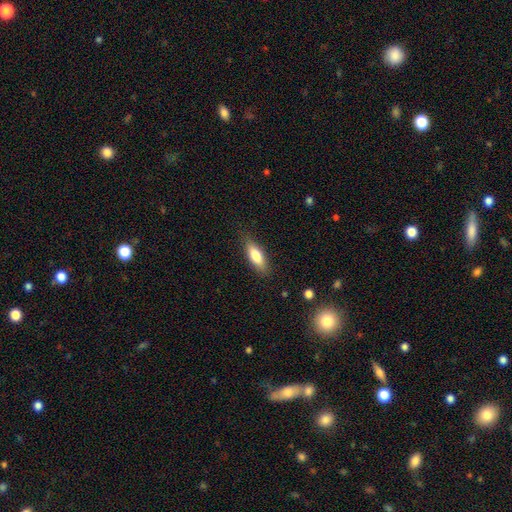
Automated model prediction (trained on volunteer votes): This is likely a smooth galaxy (75%). How rounded: possibly in between (58%). Merging: clearly none (83%).